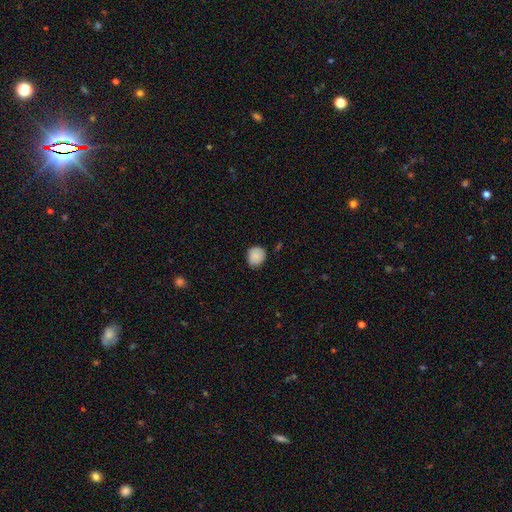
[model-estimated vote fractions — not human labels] Smooth or featured?
  - smooth: 86% *
  - star or artifact: 8%
  - featured or disk: 6%
How rounded?
  - round: 80% *
  - in between: 19%
  - cigar-shaped: 1%
Merging?
  - none: 80% *
  - minor disturbance: 17%
  - major disturbance: 2%
  - merger: 1%